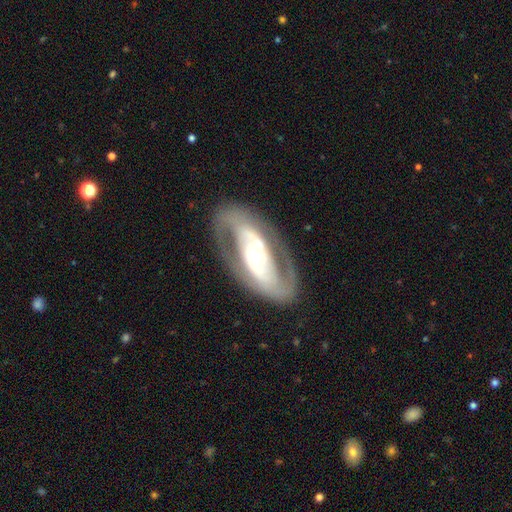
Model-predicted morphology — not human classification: smooth_or_featured: featured or disk (p=0.85) [alt: smooth p=0.10]
disk_edge_on: no (p=0.93) [alt: yes p=0.07]
bar: strong (p=0.40) [alt: no p=0.33]
has_spiral_arms: yes (p=0.83) [alt: no p=0.17]
spiral_winding: medium (p=0.47) [alt: tight p=0.32]
spiral_arm_count: 2 (p=0.88) [alt: can't tell p=0.07]
bulge_size: moderate (p=0.58) [alt: small p=0.29]
merging: none (p=0.81) [alt: minor disturbance p=0.11]